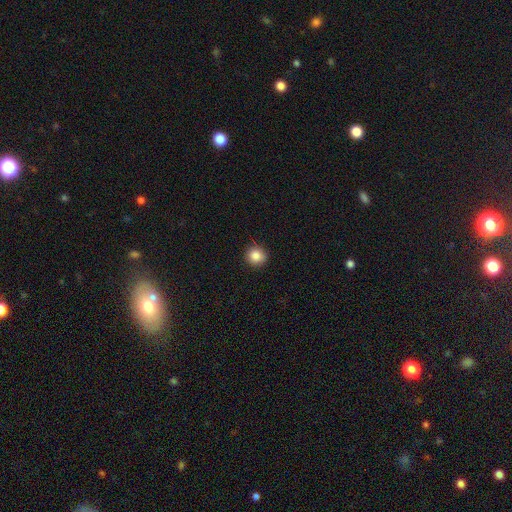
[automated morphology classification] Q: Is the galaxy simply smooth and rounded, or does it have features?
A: smooth — 85%.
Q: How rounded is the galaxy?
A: round — 89%.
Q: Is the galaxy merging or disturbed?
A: none — 87%.